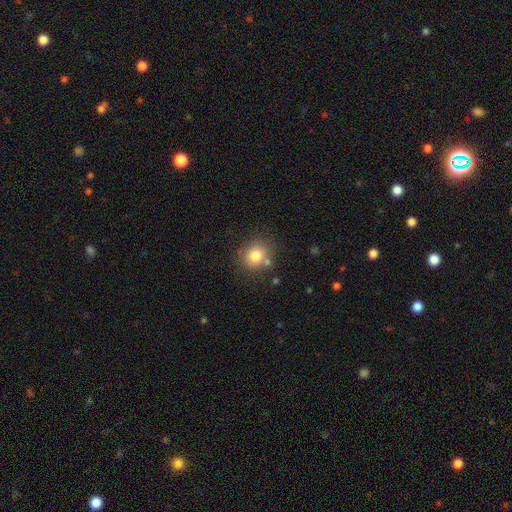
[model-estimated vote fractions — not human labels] Smooth or featured? smooth (79%)
How rounded? round (74%)
Merging? none (72%)